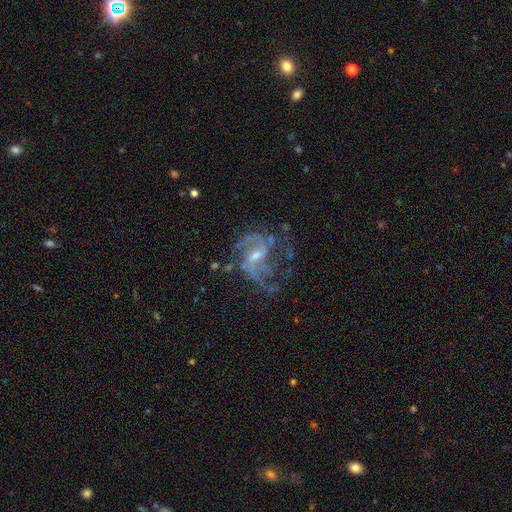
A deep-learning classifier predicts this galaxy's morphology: This is clearly a featured or disk galaxy (88%). It is clearly not viewed edge-on (98%). Bar: possibly weak (56%). Spiral arm pattern: clearly yes (95%). Spiral arm count: possibly 2 (60%). Spiral winding: possibly medium (50%). Central bulge: possibly small (52%). Merging: possibly none (53%).